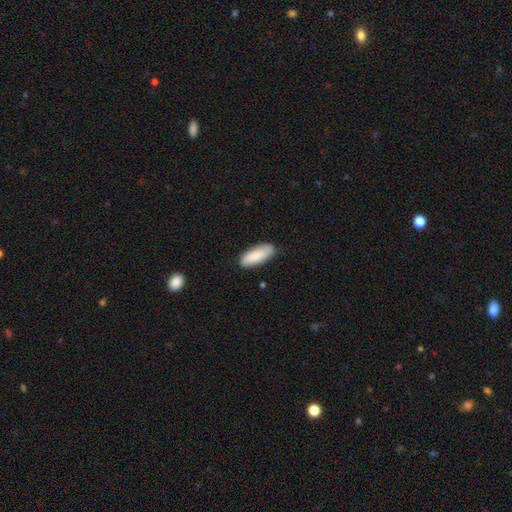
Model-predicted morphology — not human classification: Smooth or featured: smooth — 85% (featured or disk — 10%)
How rounded: in between — 74% (cigar-shaped — 24%)
Merging: none — 84% (minor disturbance — 12%)